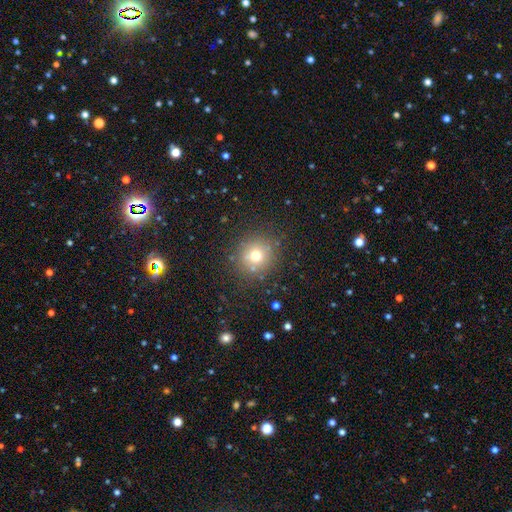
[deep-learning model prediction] Smooth or featured: smooth — 69% (star or artifact — 18%)
How rounded: round — 91% (in between — 8%)
Merging: none — 83% (minor disturbance — 9%)